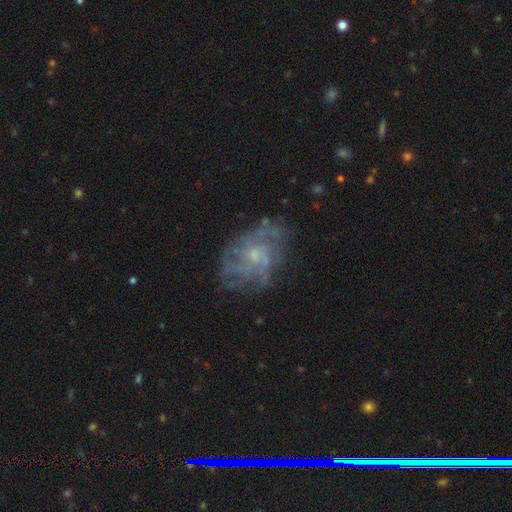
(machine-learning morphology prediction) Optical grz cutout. It shows a featured or disk galaxy (76%) with no bar (74%), tight (40%, tied with medium) spiral arms (79%) and a small central bulge (59%). Merging: none (66%).